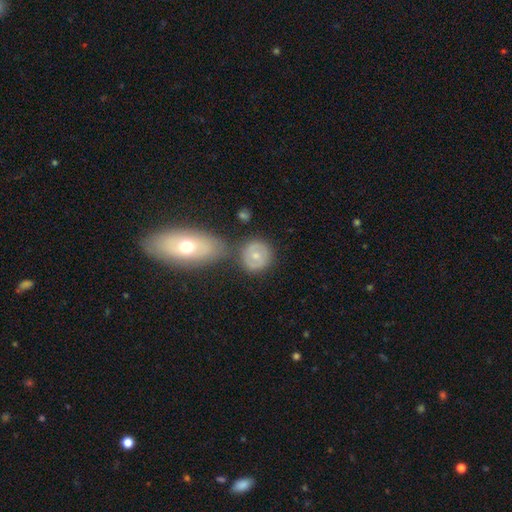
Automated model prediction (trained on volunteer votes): smooth_or_featured: smooth (p=0.56) [alt: featured or disk p=0.36]
how_rounded: round (p=0.86) [alt: in between p=0.13]
merging: none (p=0.69) [alt: merger p=0.14]